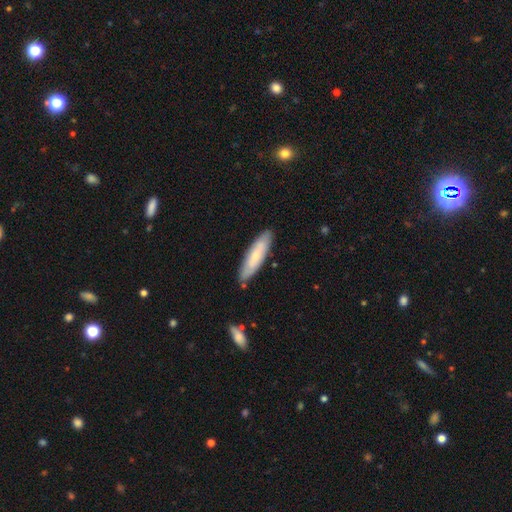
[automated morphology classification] The model was most divided on "smooth or featured": smooth: 63%, featured or disk: 31%, star or artifact: 6%. More confident: merging — none (84%); how rounded — cigar-shaped (71%).